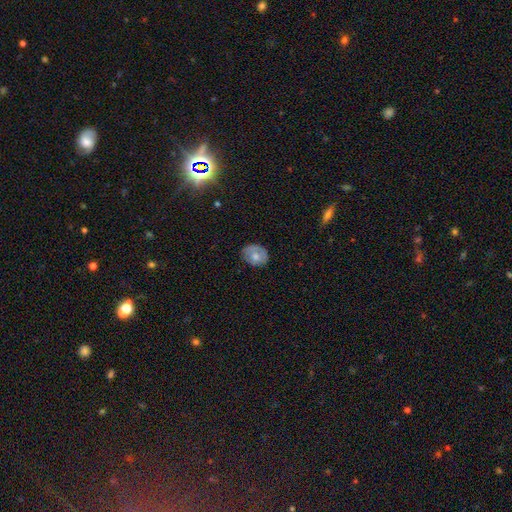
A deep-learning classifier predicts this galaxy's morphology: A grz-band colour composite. It shows a smooth galaxy with no disk features (63%) that is round (55%). Merging: none (67%).